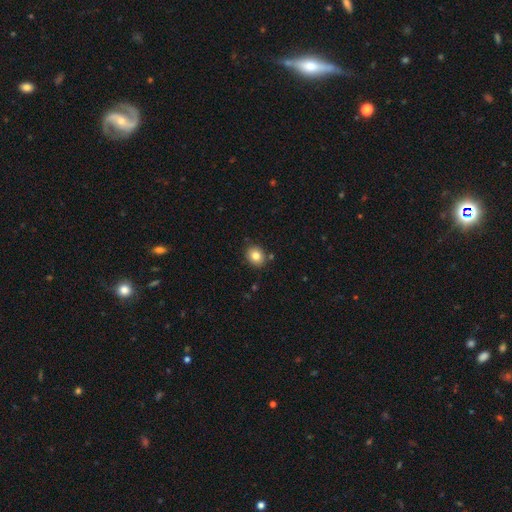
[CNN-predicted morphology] smooth 82%, star or artifact 10%, featured or disk 8%. Down the decision tree: how rounded — round (69%); merging — none (86%).